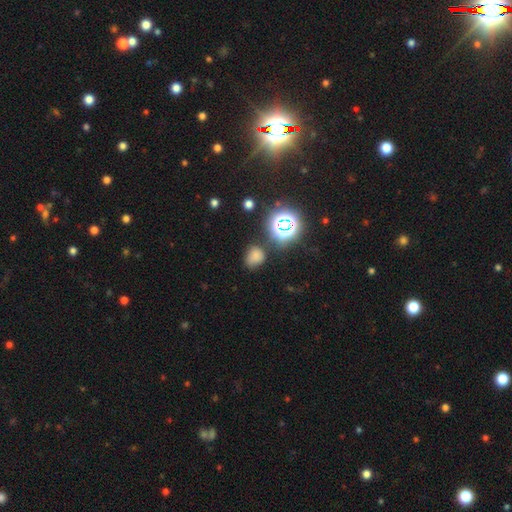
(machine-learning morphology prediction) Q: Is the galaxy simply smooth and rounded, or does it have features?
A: smooth — 68%.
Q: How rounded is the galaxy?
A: round — 63%.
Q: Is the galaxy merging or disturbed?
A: none — 68%.